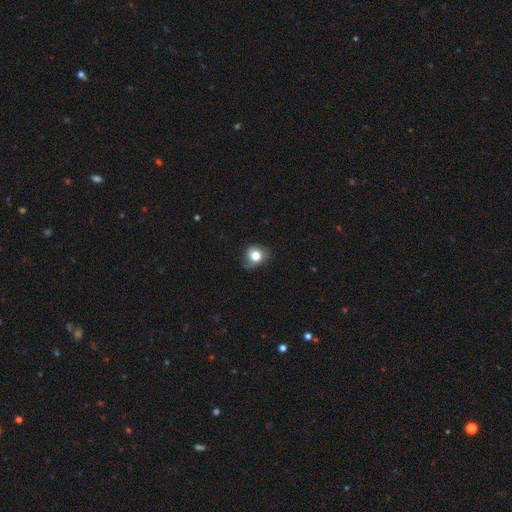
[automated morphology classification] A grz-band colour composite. It shows a smooth galaxy with no disk features (77%) that is round (70%). Merging: none (56%).